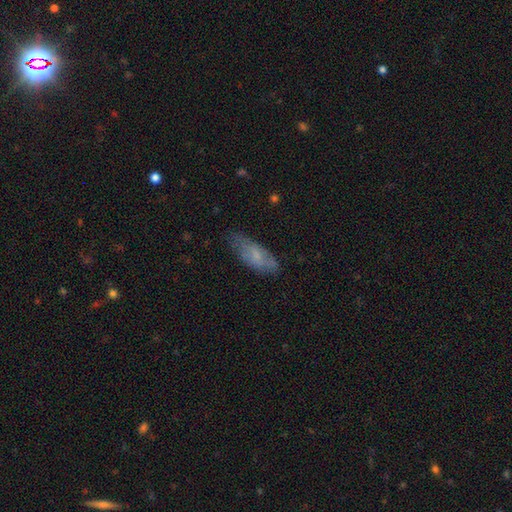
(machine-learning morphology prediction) type=smooth (62%); roundness=in between (73%); merging=none (61%).